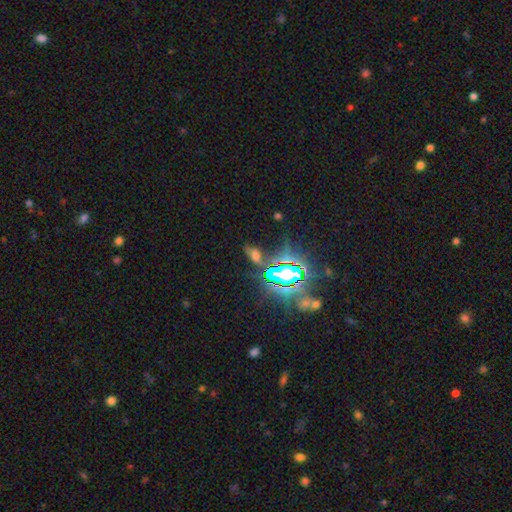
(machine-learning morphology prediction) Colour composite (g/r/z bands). It shows a star or artifact, not a galaxy (50%).